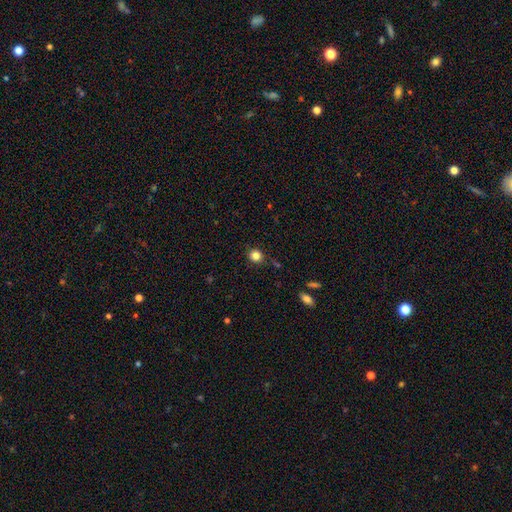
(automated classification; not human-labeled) Smooth or featured? smooth (83%)
How rounded? round (87%)
Merging? none (85%)